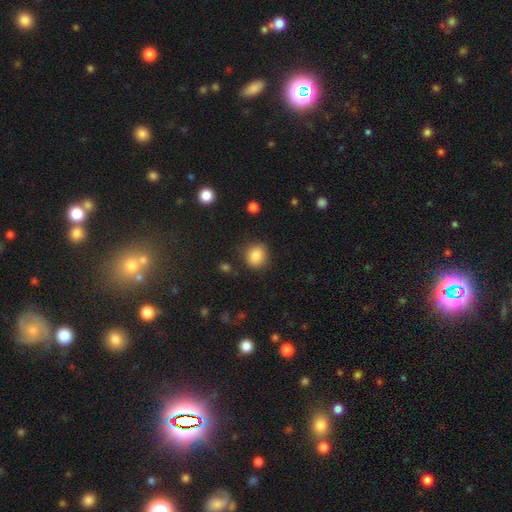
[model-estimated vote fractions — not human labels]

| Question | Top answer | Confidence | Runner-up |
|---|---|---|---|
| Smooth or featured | smooth | 86% | star or artifact (10%) |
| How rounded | round | 82% | in between (17%) |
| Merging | none | 84% | minor disturbance (11%) |